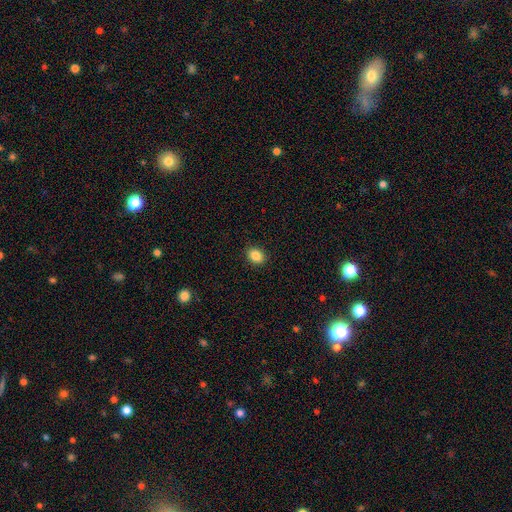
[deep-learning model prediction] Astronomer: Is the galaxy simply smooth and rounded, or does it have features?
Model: smooth — 87%.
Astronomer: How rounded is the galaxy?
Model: in between — 62% (runner-up: round, 37%).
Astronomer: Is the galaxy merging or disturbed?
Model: none — 90%.